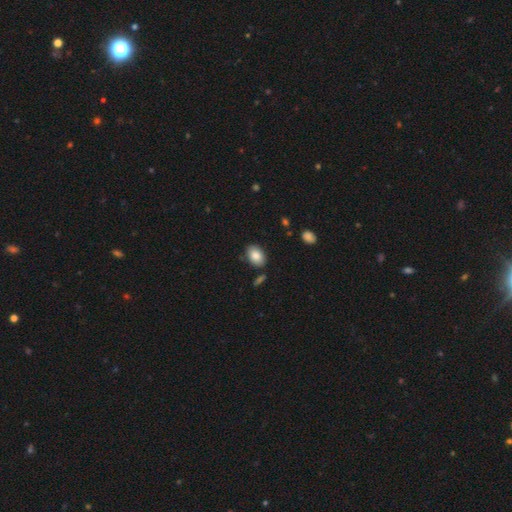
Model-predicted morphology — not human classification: Smooth or featured?
  - smooth: 86% *
  - star or artifact: 7%
  - featured or disk: 7%
How rounded?
  - in between: 84% *
  - round: 14%
  - cigar-shaped: 1%
Merging?
  - none: 82% *
  - minor disturbance: 12%
  - merger: 3%
  - major disturbance: 3%